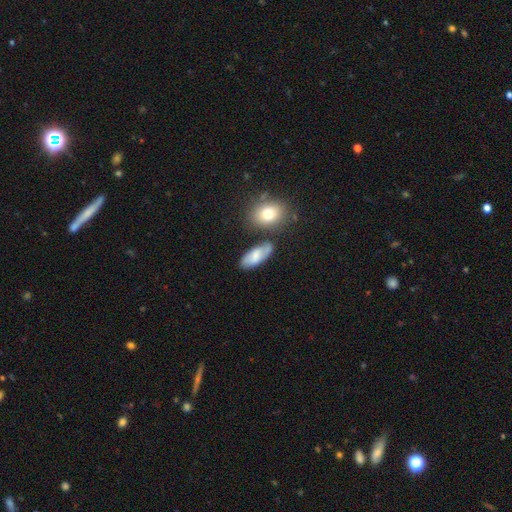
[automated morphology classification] A smooth galaxy with no disk features (62%) that is in between round and cigar-shaped (84%).

Vote fractions:
- Smooth or featured? smooth: 62% / featured or disk: 30% / star or artifact: 8%
- How rounded? in between: 84% / cigar-shaped: 13% / round: 3%
- Merging? none: 66% / minor disturbance: 19% / merger: 10% / major disturbance: 6%